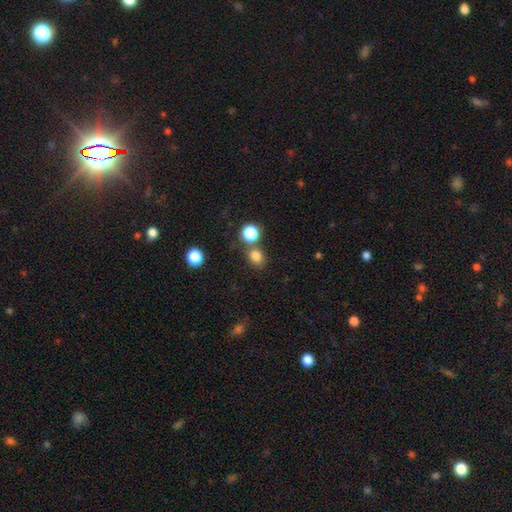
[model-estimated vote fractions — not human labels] This is likely a smooth galaxy (80%). How rounded: likely round (66%). Merging: likely none (69%).